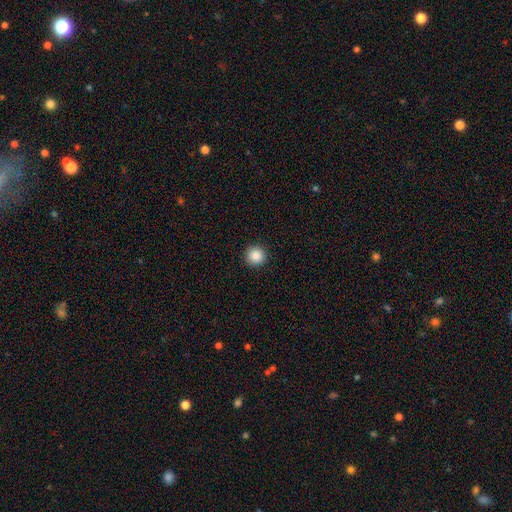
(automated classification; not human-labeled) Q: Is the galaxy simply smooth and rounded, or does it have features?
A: smooth — 87%.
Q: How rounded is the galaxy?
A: round — 95%.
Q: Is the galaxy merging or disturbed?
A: none — 93%.